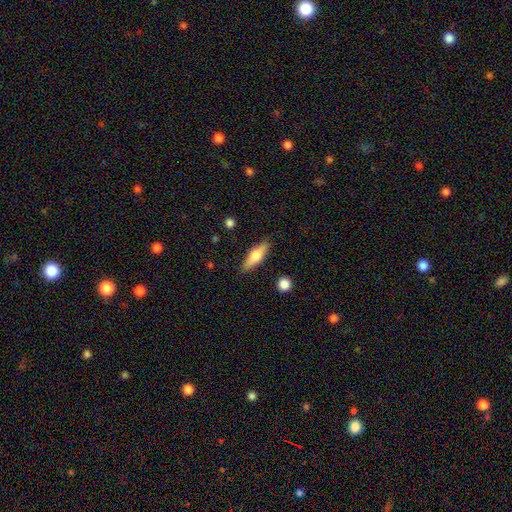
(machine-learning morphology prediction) The model was most divided on "how rounded": in between: 51%, cigar-shaped: 46%, round: 3%. More confident: merging — none (86%); smooth or featured — smooth (60%).